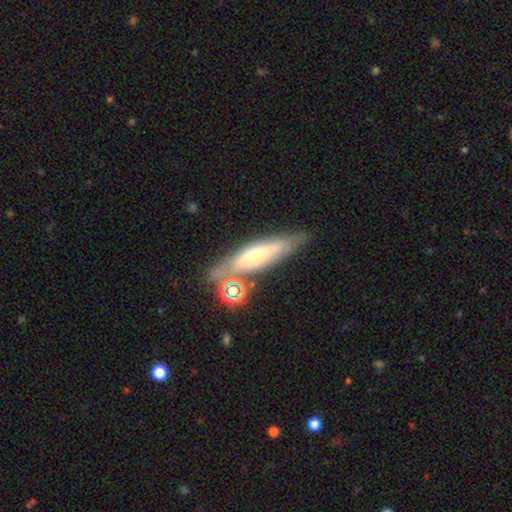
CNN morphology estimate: A featured or disk galaxy (46%).

Vote fractions:
- Smooth or featured? featured or disk: 46% / smooth: 44% / star or artifact: 10%
- Merging? none: 68% / minor disturbance: 17% / merger: 10% / major disturbance: 6%